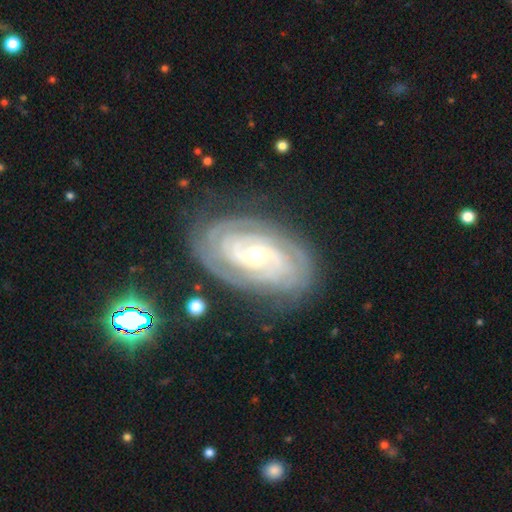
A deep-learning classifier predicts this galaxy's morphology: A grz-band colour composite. It shows a featured or disk galaxy (89%) with no bar (56%), 2 (30%) tight (80%) spiral arms (97%) and a moderate central bulge (51%). Merging: none (78%).